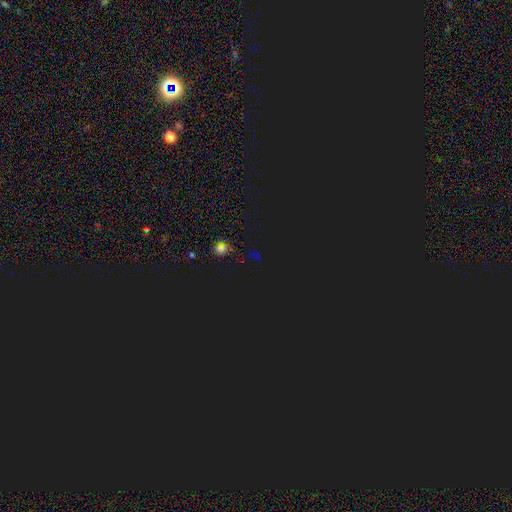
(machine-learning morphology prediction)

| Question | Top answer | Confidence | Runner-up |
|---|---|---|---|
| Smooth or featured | star or artifact | 77% | smooth (16%) |